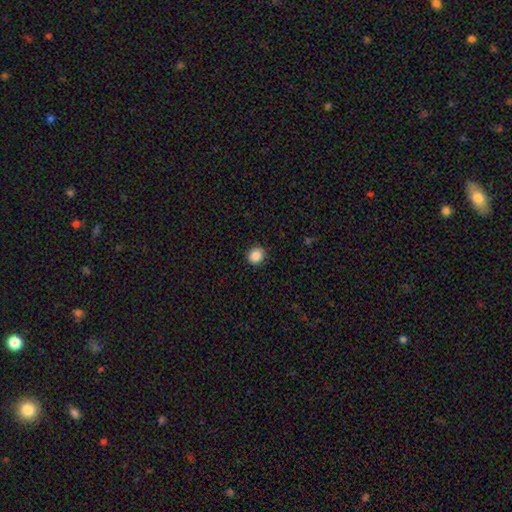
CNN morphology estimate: smooth 88%, star or artifact 9%, featured or disk 3%. Down the decision tree: how rounded — round (82%); merging — none (88%).